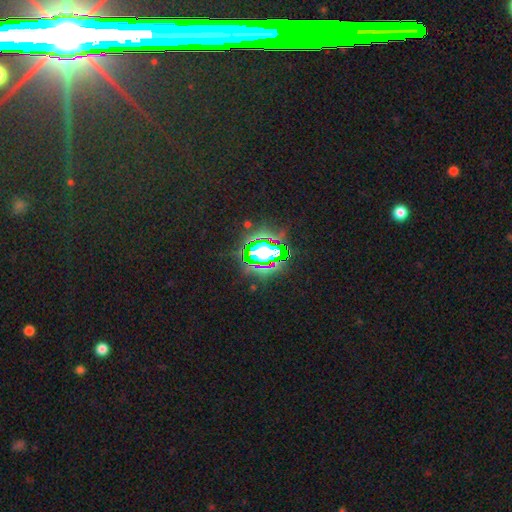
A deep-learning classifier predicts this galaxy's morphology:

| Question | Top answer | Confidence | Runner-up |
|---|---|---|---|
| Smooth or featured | star or artifact | 83% | smooth (10%) |